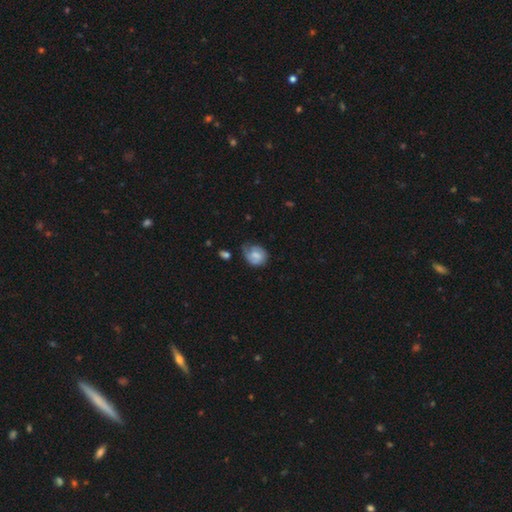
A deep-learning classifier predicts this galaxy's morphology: Q: Smooth or featured?
A: smooth (63%); runner-up: featured or disk (29%)
Q: How rounded?
A: round (61%); runner-up: in between (38%)
Q: Merging?
A: none (47%); runner-up: minor disturbance (36%)